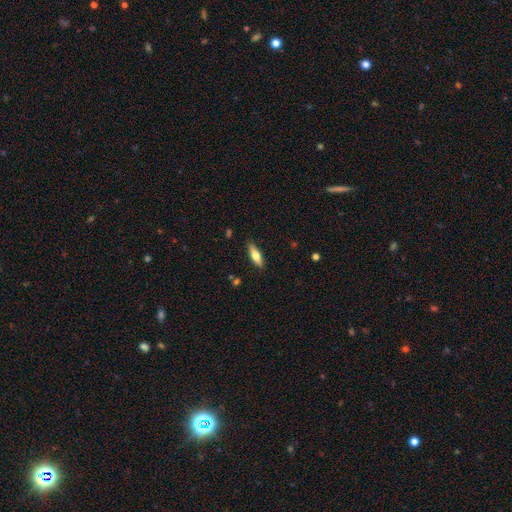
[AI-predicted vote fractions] Smooth or featured: smooth — 60% (featured or disk — 34%)
How rounded: cigar-shaped — 51% (in between — 47%)
Merging: none — 87% (minor disturbance — 10%)